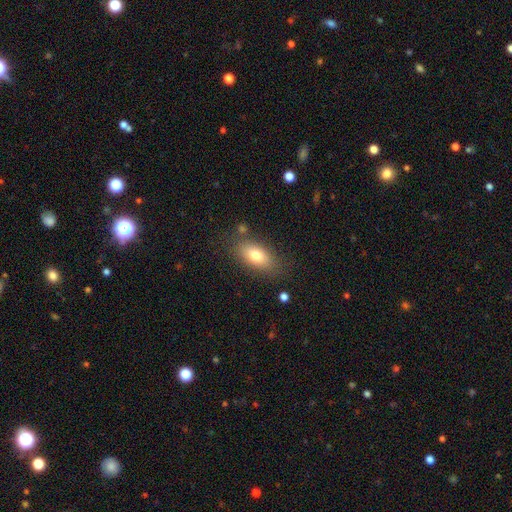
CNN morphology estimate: smooth_or_featured: smooth (p=0.76) [alt: featured or disk p=0.16]
how_rounded: in between (p=0.86) [alt: round p=0.07]
merging: none (p=0.77) [alt: minor disturbance p=0.14]